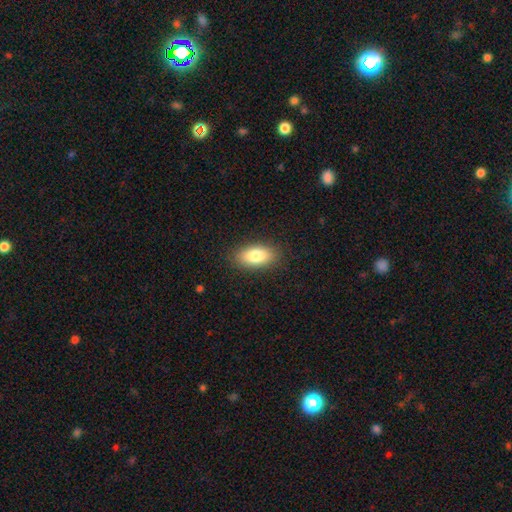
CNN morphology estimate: smooth 82%, featured or disk 11%, star or artifact 7%. Down the decision tree: how rounded — in between (90%); merging — none (88%).